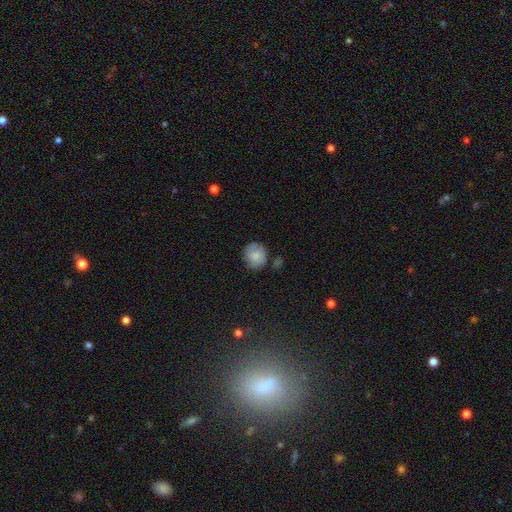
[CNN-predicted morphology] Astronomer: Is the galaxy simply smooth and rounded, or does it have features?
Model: smooth — 78%.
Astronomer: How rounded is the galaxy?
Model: round — 78%.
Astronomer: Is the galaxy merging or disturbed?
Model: none — 72%.